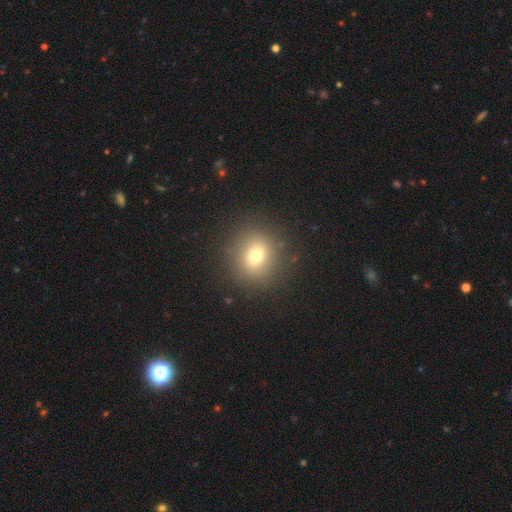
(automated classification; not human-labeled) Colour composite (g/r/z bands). It shows a smooth galaxy with no disk features (72%) that is round (87%). Merging: none (88%).